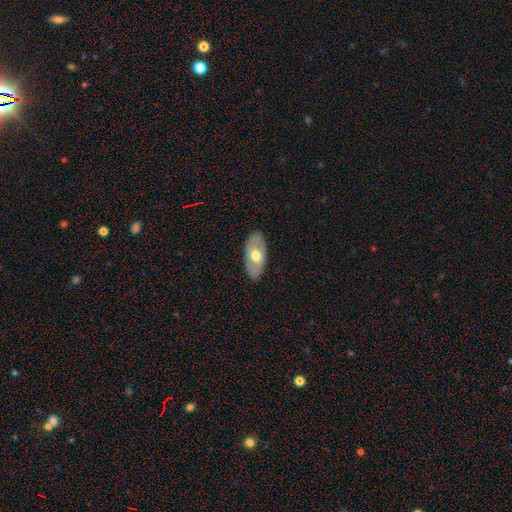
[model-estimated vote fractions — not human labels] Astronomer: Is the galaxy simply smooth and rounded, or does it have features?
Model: smooth — 51% (runner-up: featured or disk, 44%).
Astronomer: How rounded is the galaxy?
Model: in between — 91%.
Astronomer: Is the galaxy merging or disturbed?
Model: none — 85%.